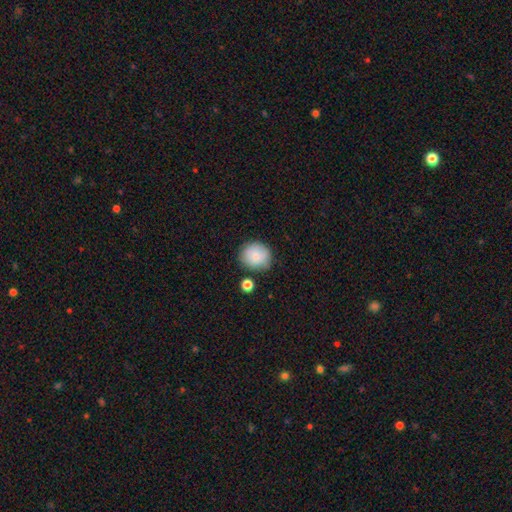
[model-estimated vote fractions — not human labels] A smooth galaxy with no disk features (81%) that is round (79%).

Vote fractions:
- Smooth or featured? smooth: 81% / featured or disk: 11% / star or artifact: 8%
- How rounded? round: 79% / in between: 20% / cigar-shaped: 1%
- Merging? none: 76% / minor disturbance: 15% / merger: 6% / major disturbance: 4%